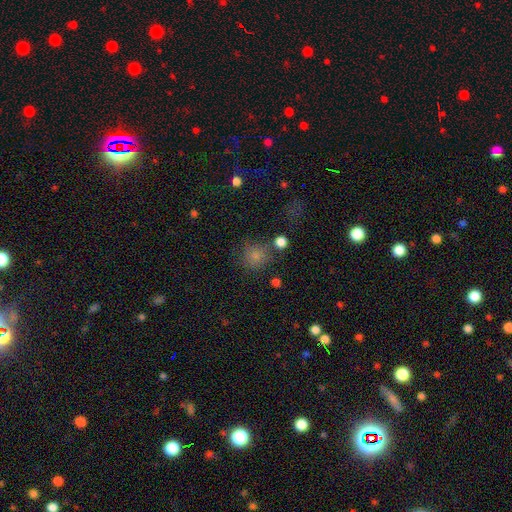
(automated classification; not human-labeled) Q: Smooth or featured?
A: smooth (78%); runner-up: star or artifact (15%)
Q: How rounded?
A: round (90%); runner-up: in between (9%)
Q: Merging?
A: none (68%); runner-up: minor disturbance (14%)